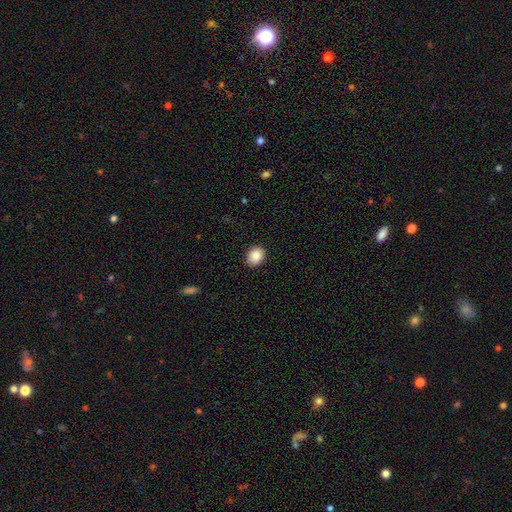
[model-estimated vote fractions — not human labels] smooth_or_featured: smooth (p=0.89) [alt: star or artifact p=0.08]
how_rounded: in between (p=0.62) [alt: round p=0.37]
merging: none (p=0.88) [alt: minor disturbance p=0.09]